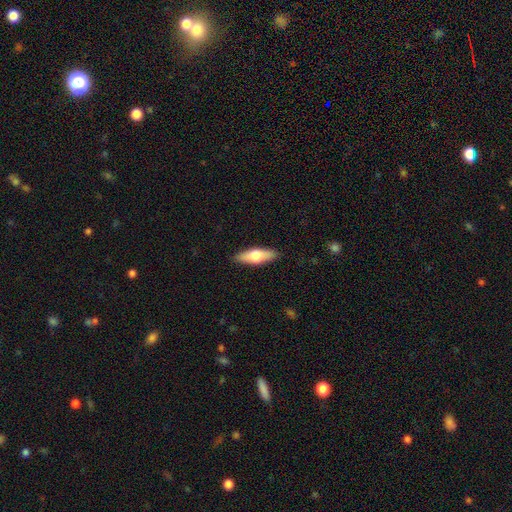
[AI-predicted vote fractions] This appears to be a smooth galaxy with no disk features (59%) that is in between round and cigar-shaped (57%). Merging: none (89%).